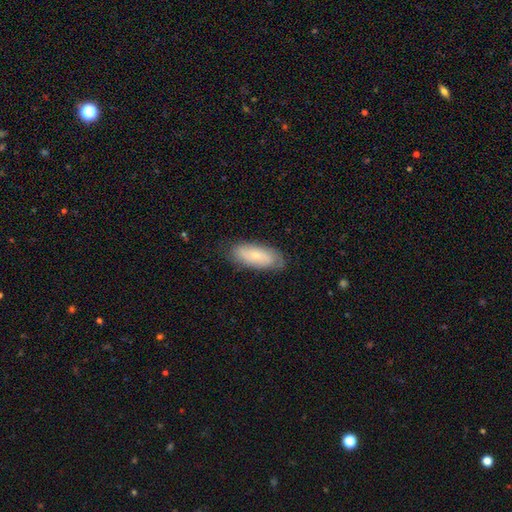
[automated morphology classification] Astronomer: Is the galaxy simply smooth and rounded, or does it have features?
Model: smooth — 54% (runner-up: featured or disk, 39%).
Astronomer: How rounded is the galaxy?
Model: in between — 78%.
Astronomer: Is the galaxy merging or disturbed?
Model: none — 78%.